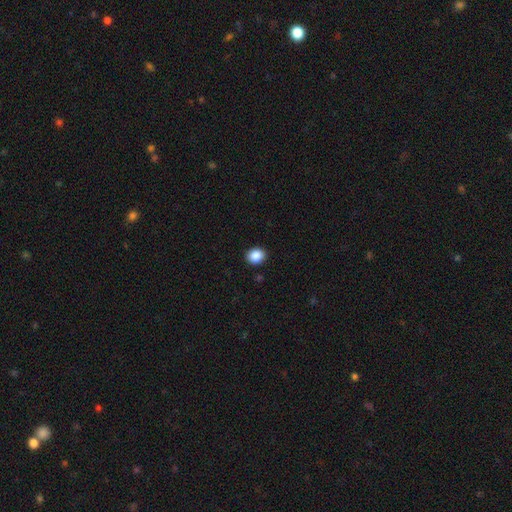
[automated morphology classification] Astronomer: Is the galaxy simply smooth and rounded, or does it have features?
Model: smooth — 88%.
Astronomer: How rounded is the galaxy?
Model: round — 60% (runner-up: in between, 39%).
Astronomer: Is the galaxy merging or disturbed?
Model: none — 91%.